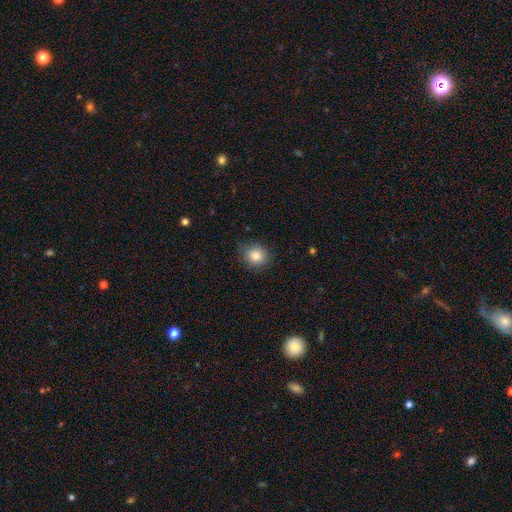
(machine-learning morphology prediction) Smooth or featured? Predicted: smooth (p=0.83). How rounded? Predicted: round (p=0.78). Merging? Predicted: none (p=0.79).